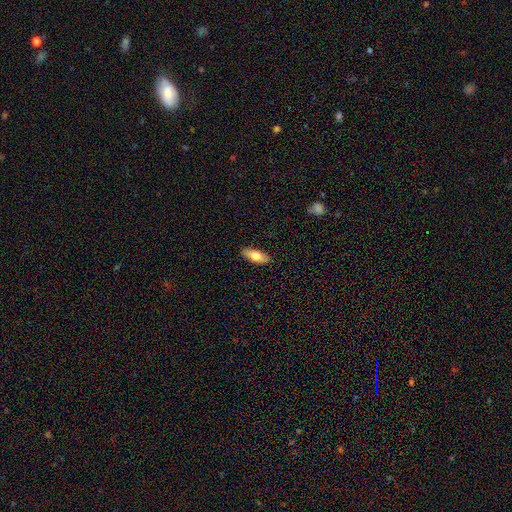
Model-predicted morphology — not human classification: type=smooth (74%); roundness=in between (74%); merging=none (89%).